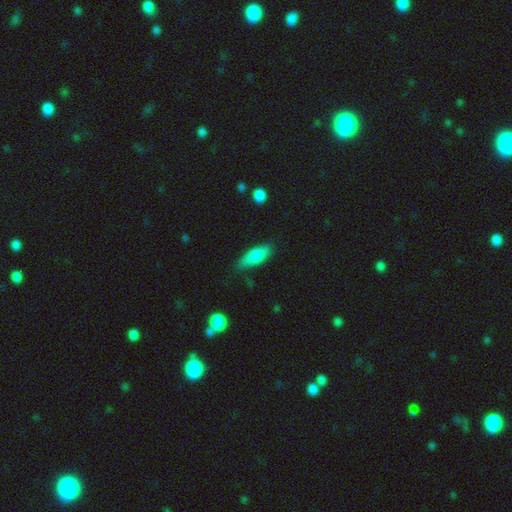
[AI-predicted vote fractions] A smooth galaxy with no disk features (79%) that is in between round and cigar-shaped (71%).

Vote fractions:
- Smooth or featured? smooth: 79% / featured or disk: 15% / star or artifact: 6%
- How rounded? in between: 71% / cigar-shaped: 26% / round: 2%
- Merging? none: 72% / minor disturbance: 22% / major disturbance: 4% / merger: 2%